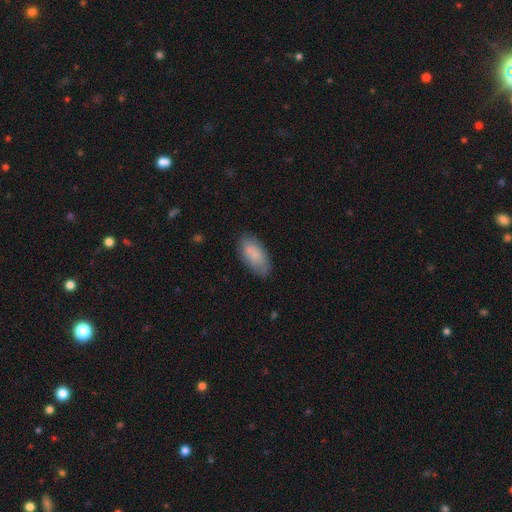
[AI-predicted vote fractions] smooth_or_featured: smooth (p=0.79) [alt: featured or disk p=0.15]
how_rounded: in between (p=0.91) [alt: cigar-shaped p=0.07]
merging: none (p=0.74) [alt: minor disturbance p=0.18]